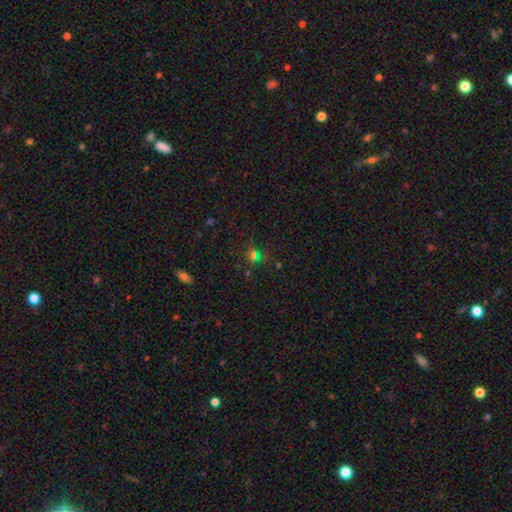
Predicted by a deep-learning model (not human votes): Smooth or featured? Predicted: star or artifact (p=0.49).